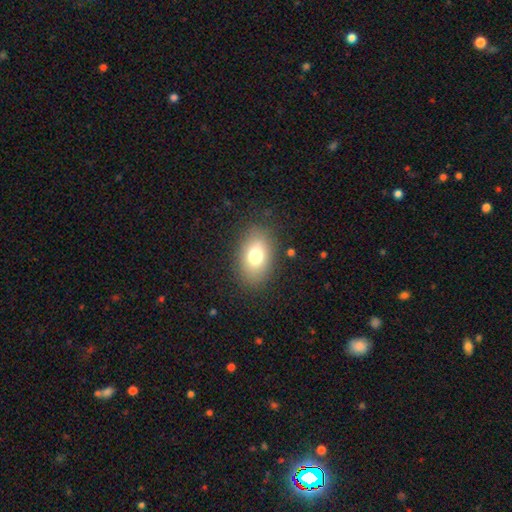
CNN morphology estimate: A smooth galaxy with no disk features (75%) that is in between round and cigar-shaped (84%).

Vote fractions:
- Smooth or featured? smooth: 75% / featured or disk: 15% / star or artifact: 10%
- How rounded? in between: 84% / round: 15% / cigar-shaped: 1%
- Merging? none: 84% / minor disturbance: 11% / major disturbance: 4% / merger: 1%